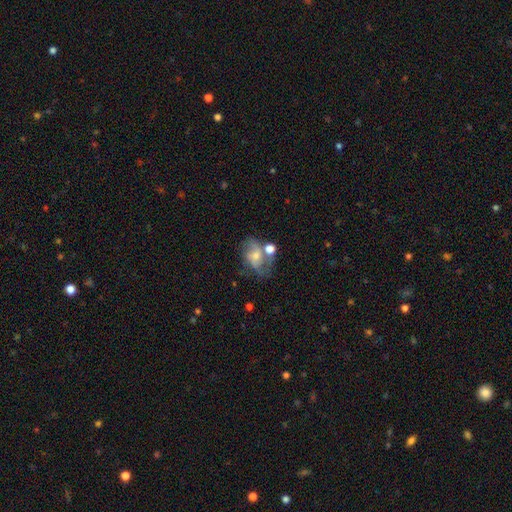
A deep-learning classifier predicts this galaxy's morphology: Q: Smooth or featured?
A: featured or disk (56%); runner-up: smooth (34%)
Q: Edge-on disk?
A: no (97%); runner-up: yes (3%)
Q: Bar?
A: no (62%); runner-up: weak (30%)
Q: Spiral arms?
A: yes (75%); runner-up: no (25%)
Q: Bulge size?
A: small (49%); runner-up: moderate (40%)
Q: Merging?
A: none (37%); runner-up: merger (25%)